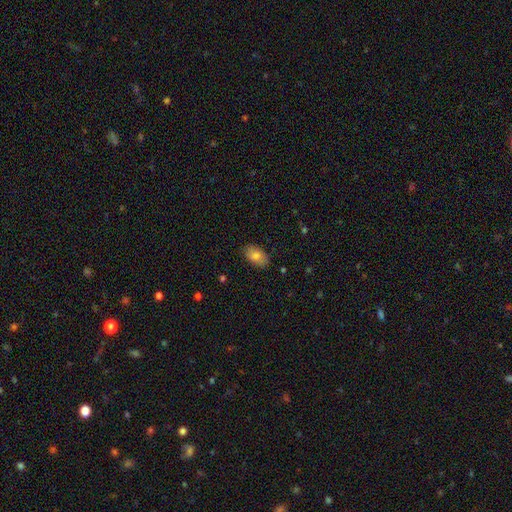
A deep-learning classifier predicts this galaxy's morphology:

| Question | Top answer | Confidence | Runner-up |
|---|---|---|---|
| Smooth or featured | smooth | 81% | featured or disk (11%) |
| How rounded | in between | 92% | round (6%) |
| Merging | none | 84% | minor disturbance (12%) |